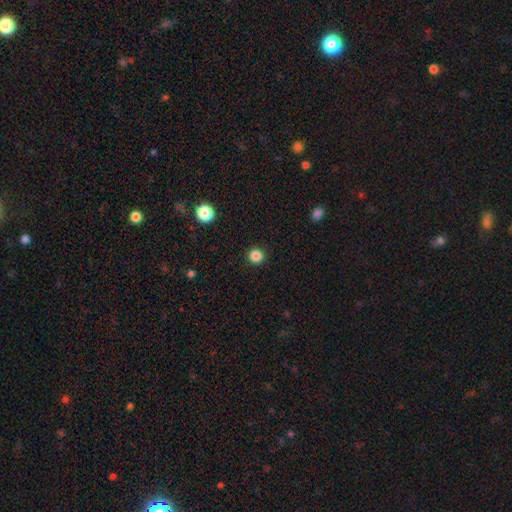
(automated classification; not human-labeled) A smooth galaxy with no disk features (85%) that is round (95%). Merging: none (93%).